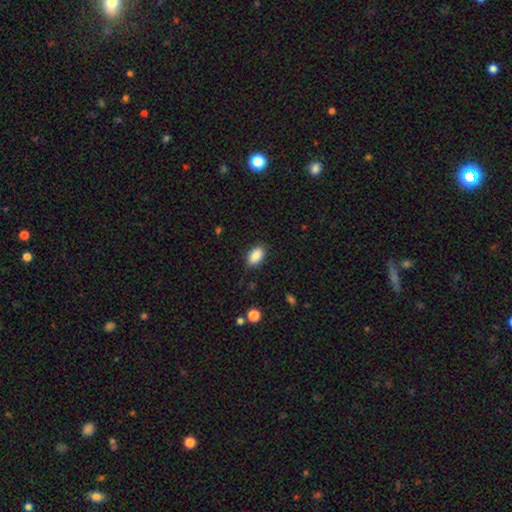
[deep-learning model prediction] Smooth or featured? Predicted: smooth (p=0.88). How rounded? Predicted: in between (p=0.92). Merging? Predicted: none (p=0.85).